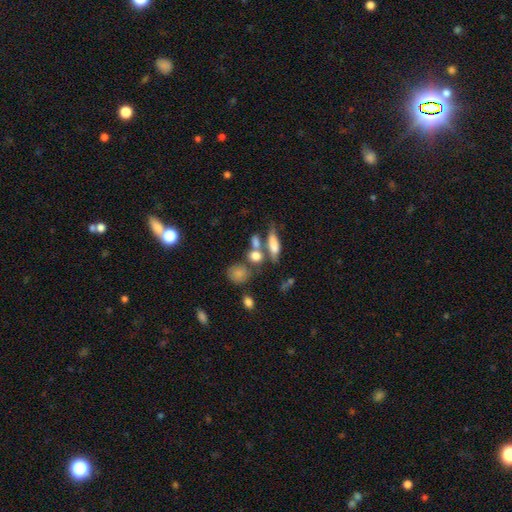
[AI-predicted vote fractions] This is likely a smooth galaxy (75%). How rounded: possibly in between (48%). Merging: possibly none (45%).